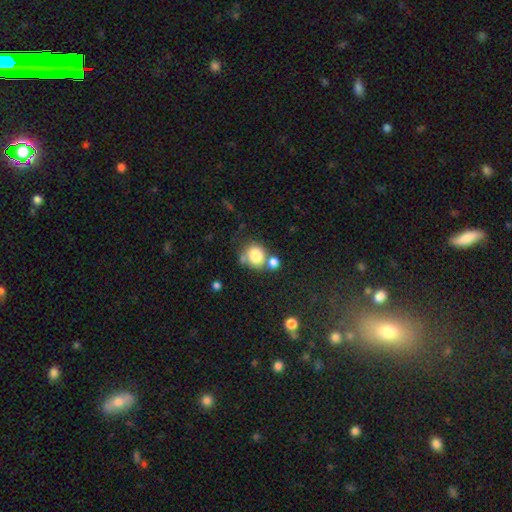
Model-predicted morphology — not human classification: Overall: smooth (80%). How rounded: round (80%). Merging: none (52%; merger 31%).